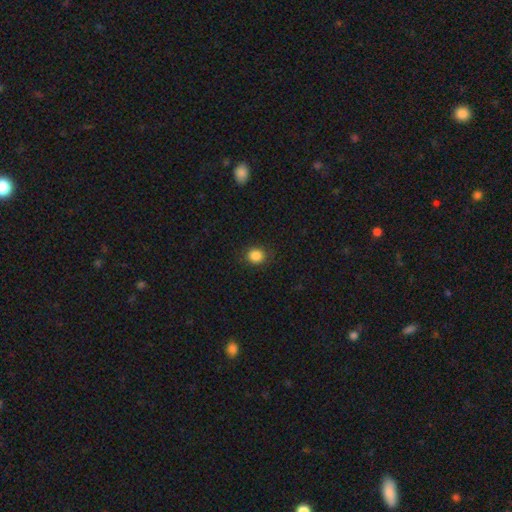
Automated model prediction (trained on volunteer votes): Smooth or featured? Predicted: smooth (p=0.86). How rounded? Predicted: round (p=0.80). Merging? Predicted: none (p=0.87).